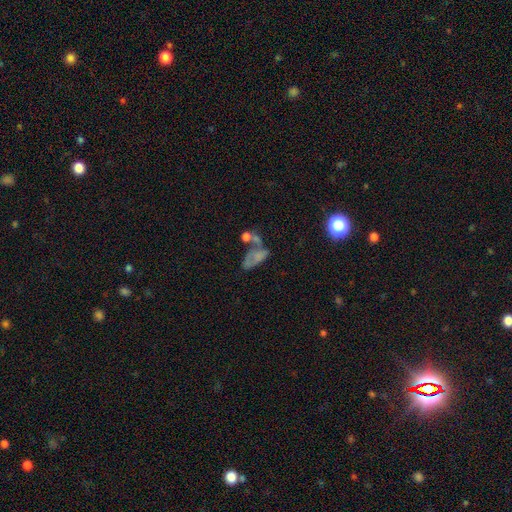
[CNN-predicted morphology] Smooth or featured: smooth — 47% (featured or disk — 36%)
Merging: merger — 38% (major disturbance — 24%)